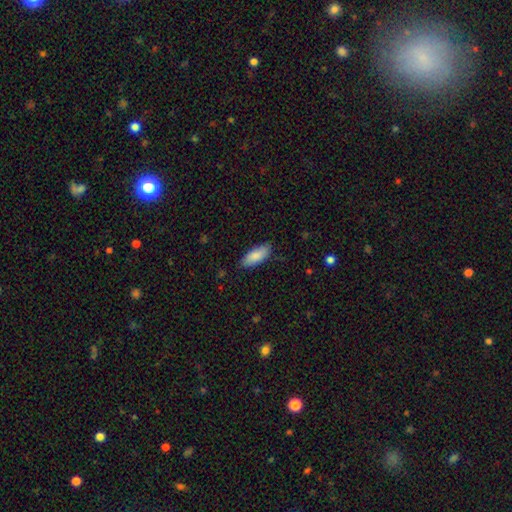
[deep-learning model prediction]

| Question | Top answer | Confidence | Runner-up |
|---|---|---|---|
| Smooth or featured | smooth | 87% | featured or disk (7%) |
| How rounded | in between | 79% | cigar-shaped (19%) |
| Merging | none | 84% | minor disturbance (13%) |